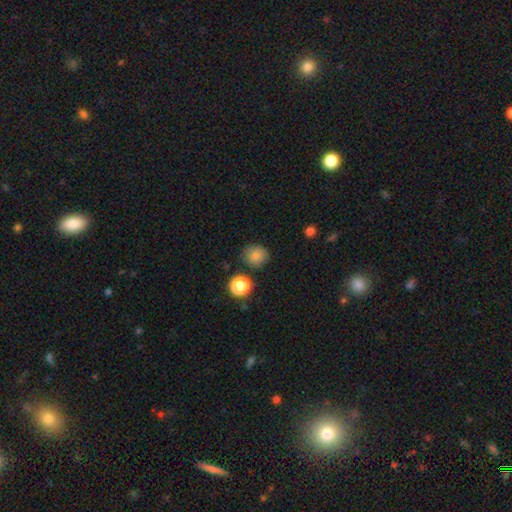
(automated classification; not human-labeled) A smooth galaxy with no disk features (81%) that is round (86%). Merging: none (81%).